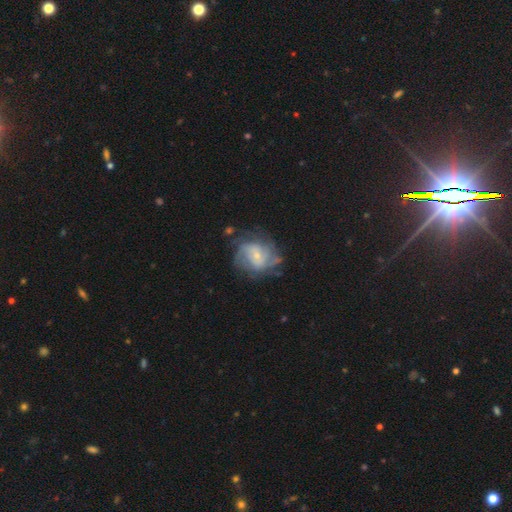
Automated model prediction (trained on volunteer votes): featured or disk 73%, smooth 19%, star or artifact 8%. Down the decision tree: edge-on disk — no (98%); bar — no (57%); spiral arms — yes (85%); spiral arm count — can't tell (40%); spiral winding — medium (41%); bulge size — small (70%); merging — none (60%).